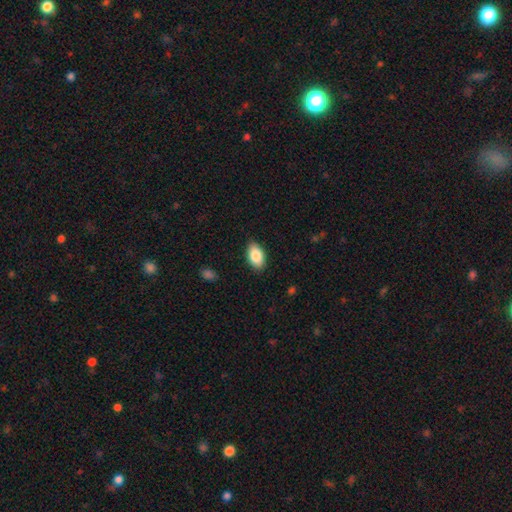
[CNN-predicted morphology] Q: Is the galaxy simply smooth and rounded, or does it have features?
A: smooth — 86%.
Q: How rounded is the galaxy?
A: in between — 94%.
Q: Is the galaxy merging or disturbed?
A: none — 87%.